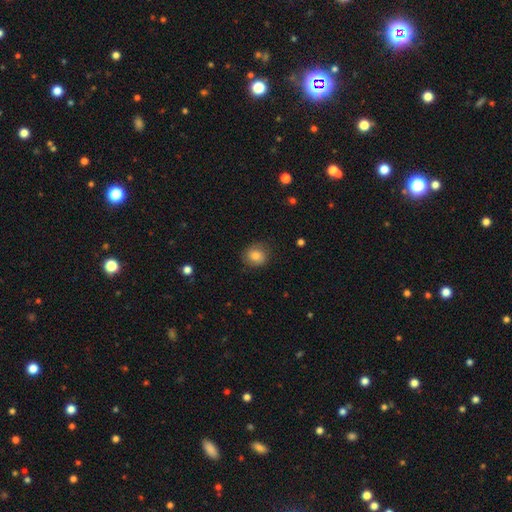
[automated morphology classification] Smooth or featured? Predicted: smooth (p=0.79). How rounded? Predicted: round (p=0.78). Merging? Predicted: none (p=0.80).